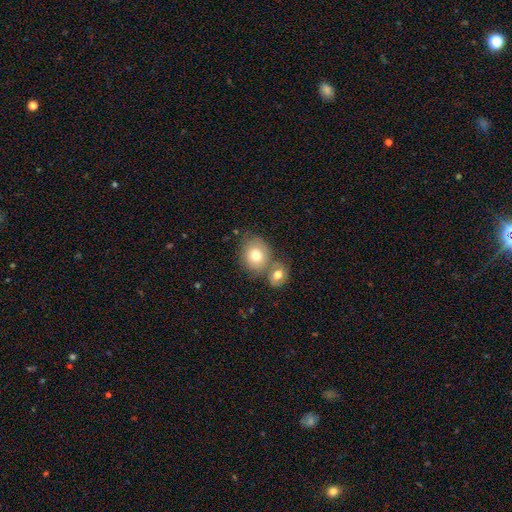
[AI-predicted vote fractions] smooth 74%, featured or disk 18%, star or artifact 8%. Down the decision tree: how rounded — round (67%); merging — none (46%).